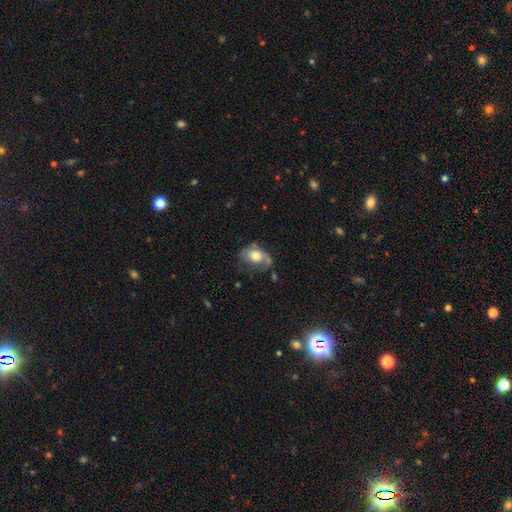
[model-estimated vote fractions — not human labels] smooth-or-featured: featured or disk: 47% | smooth: 46% | star or artifact: 8%
  merging: none: 37% | major disturbance: 30% | minor disturbance: 29% | merger: 4%